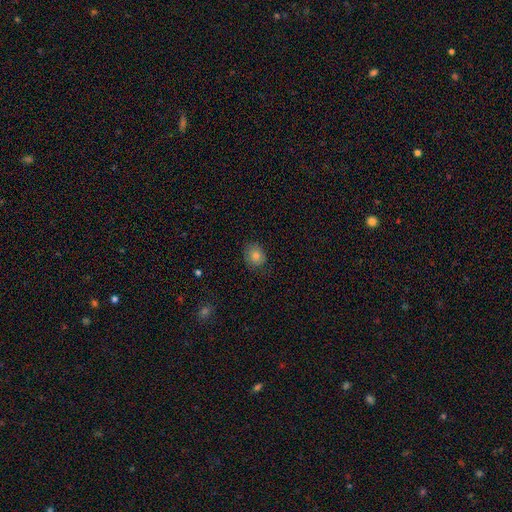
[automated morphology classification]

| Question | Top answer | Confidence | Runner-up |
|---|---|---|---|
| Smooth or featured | smooth | 78% | star or artifact (11%) |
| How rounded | round | 62% | in between (37%) |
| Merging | none | 80% | minor disturbance (15%) |